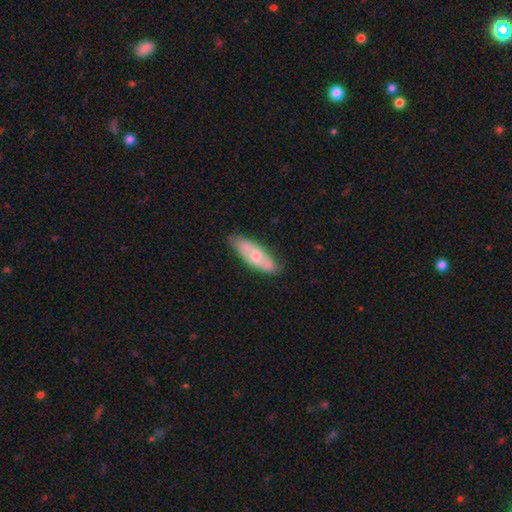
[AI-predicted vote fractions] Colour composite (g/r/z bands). It shows a smooth galaxy with no disk features (50%). Merging: none (78%).